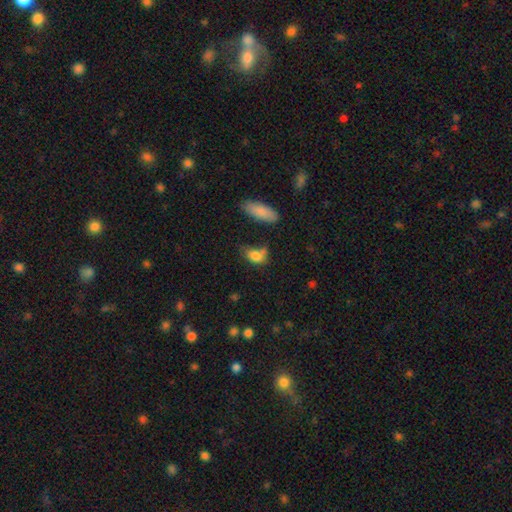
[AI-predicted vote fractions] Smooth or featured?
  - smooth: 81% *
  - featured or disk: 10%
  - star or artifact: 9%
How rounded?
  - in between: 81% *
  - round: 15%
  - cigar-shaped: 4%
Merging?
  - none: 40% *
  - minor disturbance: 25%
  - merger: 21%
  - major disturbance: 14%